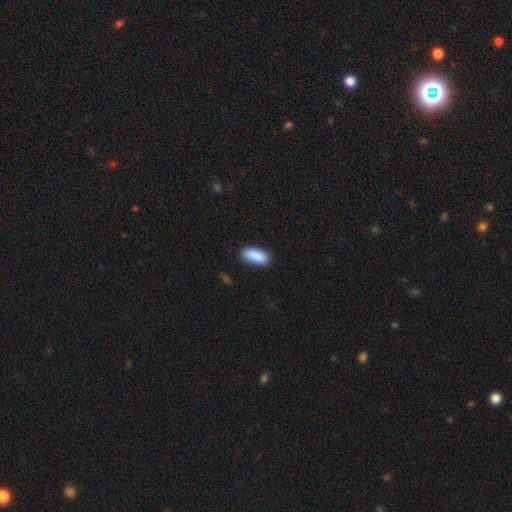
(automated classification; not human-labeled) Q: Smooth or featured?
A: smooth (90%); runner-up: star or artifact (6%)
Q: How rounded?
A: in between (82%); runner-up: cigar-shaped (16%)
Q: Merging?
A: none (85%); runner-up: minor disturbance (11%)